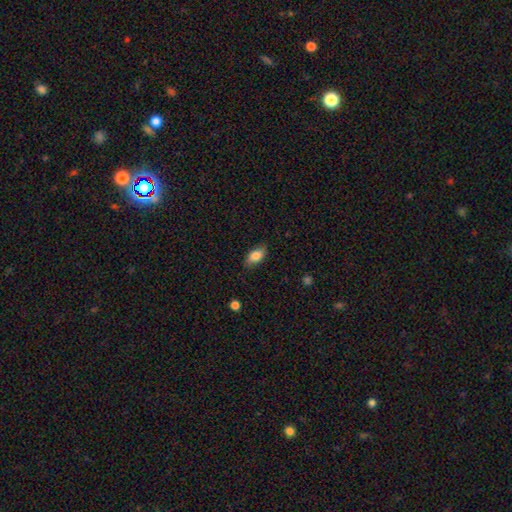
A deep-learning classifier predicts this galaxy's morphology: Q: Smooth or featured?
A: smooth (83%); runner-up: featured or disk (9%)
Q: How rounded?
A: in between (90%); runner-up: round (5%)
Q: Merging?
A: none (81%); runner-up: minor disturbance (15%)